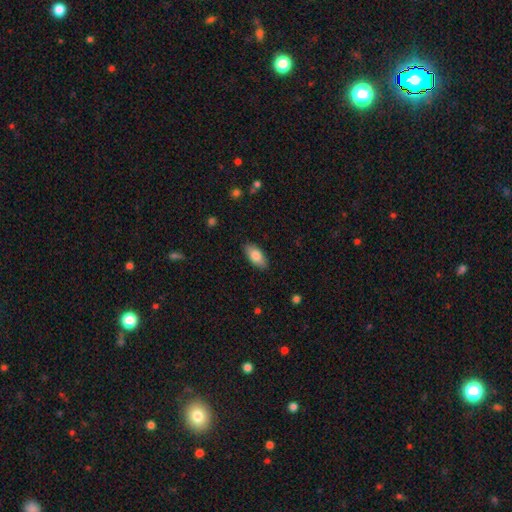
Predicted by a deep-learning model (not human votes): The model was most divided on "smooth or featured": smooth: 81%, featured or disk: 12%, star or artifact: 7%. More confident: how rounded — in between (90%); merging — none (87%).